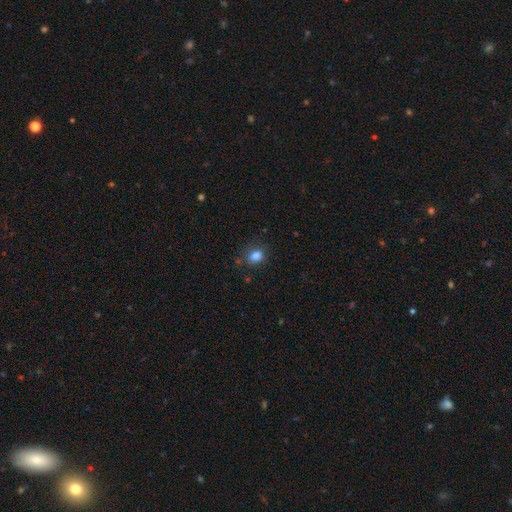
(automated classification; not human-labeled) Q: Smooth or featured?
A: smooth (83%); runner-up: star or artifact (12%)
Q: How rounded?
A: round (51%); runner-up: in between (48%)
Q: Merging?
A: none (75%); runner-up: minor disturbance (17%)